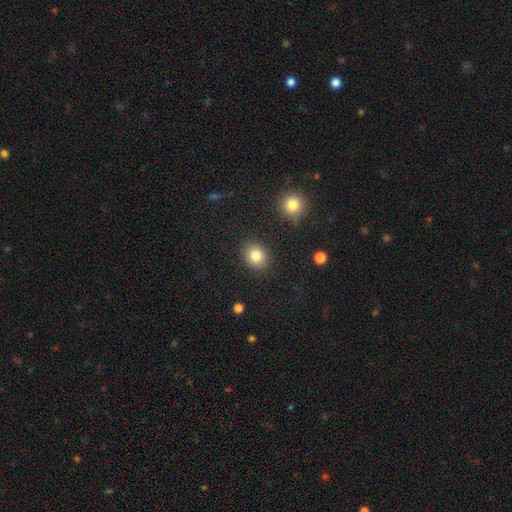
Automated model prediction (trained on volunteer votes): smooth-or-featured: smooth: 82% | star or artifact: 10% | featured or disk: 7%
  how-rounded: round: 63% | in between: 36% | cigar-shaped: 1%
  merging: none: 88% | minor disturbance: 8% | major disturbance: 3% | merger: 2%